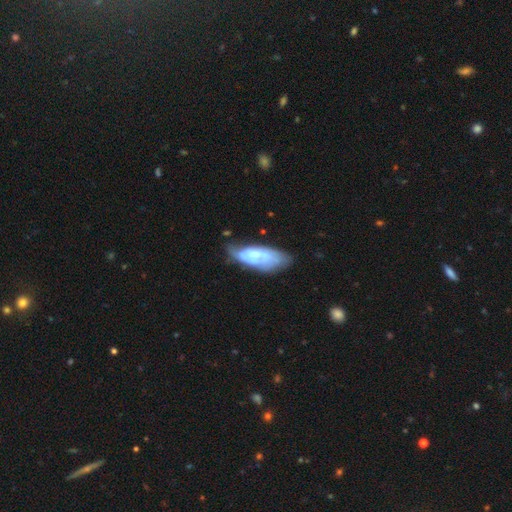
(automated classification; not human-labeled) smooth-or-featured: featured or disk: 60% | smooth: 34% | star or artifact: 6%
  disk-edge-on: no: 89% | yes: 11%
    bar: no: 60% | weak: 32% | strong: 8%
    has-spiral-arms: yes: 76% | no: 24%
    bulge-size: small: 46% | moderate: 33% | none: 14% | large: 5% | dominant: 1%
  merging: none: 51% | minor disturbance: 31% | major disturbance: 13% | merger: 5%